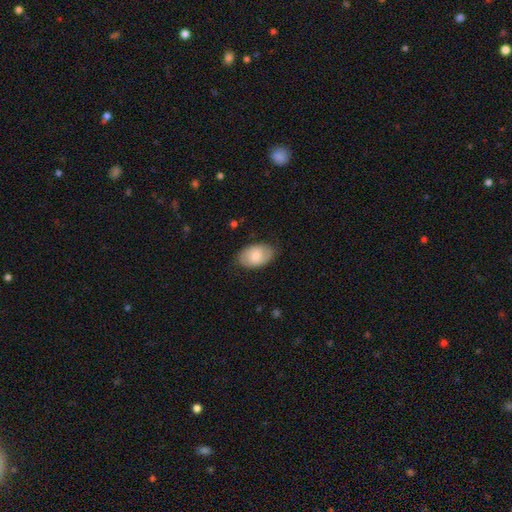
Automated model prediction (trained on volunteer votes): Q: Smooth or featured?
A: smooth (68%); runner-up: featured or disk (26%)
Q: How rounded?
A: in between (90%); runner-up: round (9%)
Q: Merging?
A: none (81%); runner-up: minor disturbance (15%)